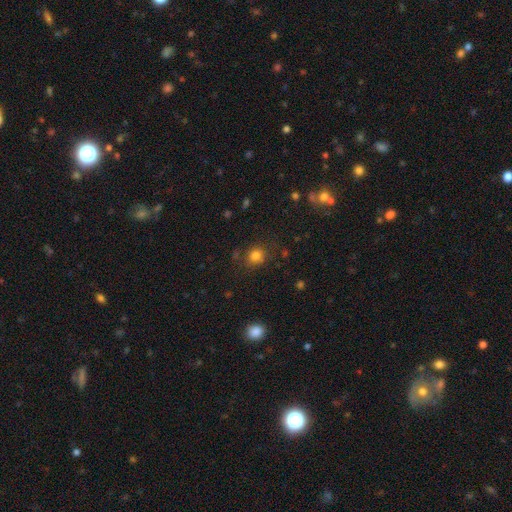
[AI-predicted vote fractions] Smooth or featured: smooth — 80% (star or artifact — 14%)
How rounded: round — 79% (in between — 20%)
Merging: none — 78% (minor disturbance — 14%)